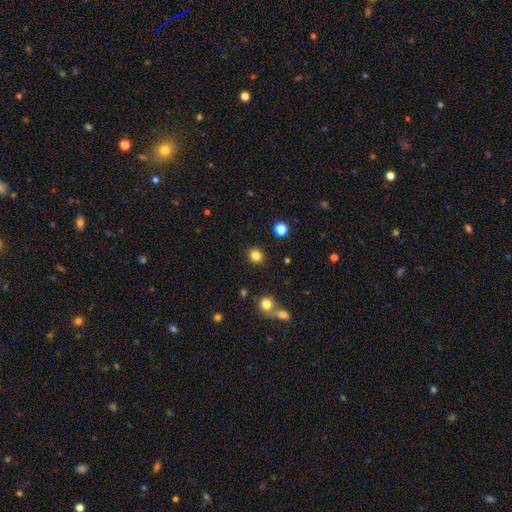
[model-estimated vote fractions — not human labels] The model was most divided on "how rounded": round: 82%, in between: 17%, cigar-shaped: 1%. More confident: merging — none (89%); smooth or featured — smooth (83%).